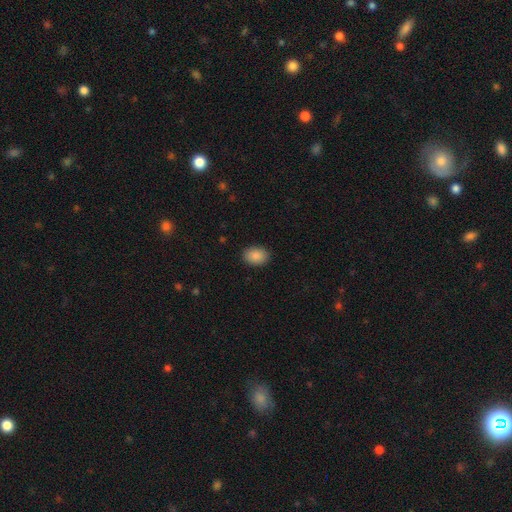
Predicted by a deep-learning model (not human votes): smooth_or_featured: smooth (p=0.89) [alt: star or artifact p=0.07]
how_rounded: in between (p=0.74) [alt: round p=0.25]
merging: none (p=0.89) [alt: minor disturbance p=0.08]